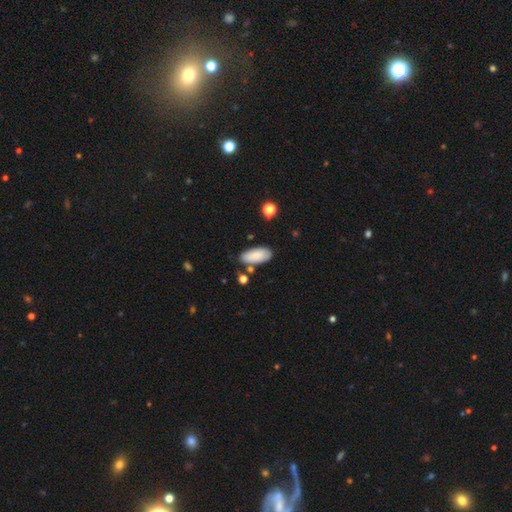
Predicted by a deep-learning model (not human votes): Smooth or featured?
  - smooth: 83% *
  - featured or disk: 10%
  - star or artifact: 7%
How rounded?
  - in between: 89% *
  - cigar-shaped: 10%
  - round: 2%
Merging?
  - none: 75% *
  - minor disturbance: 16%
  - merger: 6%
  - major disturbance: 3%